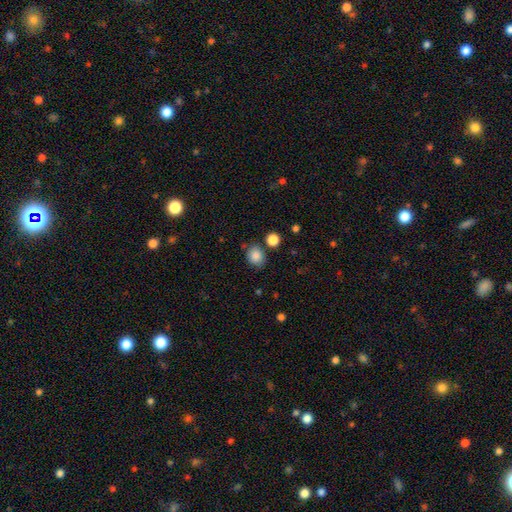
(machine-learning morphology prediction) Smooth or featured? smooth (86%)
How rounded? round (61%)
Merging? none (78%)